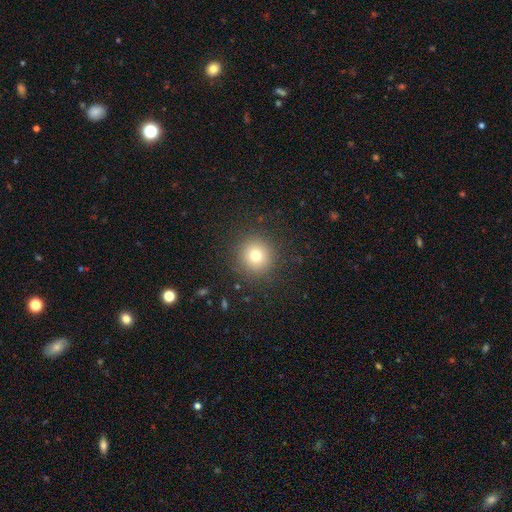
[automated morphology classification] smooth_or_featured: smooth (p=0.75) [alt: star or artifact p=0.15]
how_rounded: round (p=0.94) [alt: in between p=0.05]
merging: none (p=0.89) [alt: minor disturbance p=0.06]